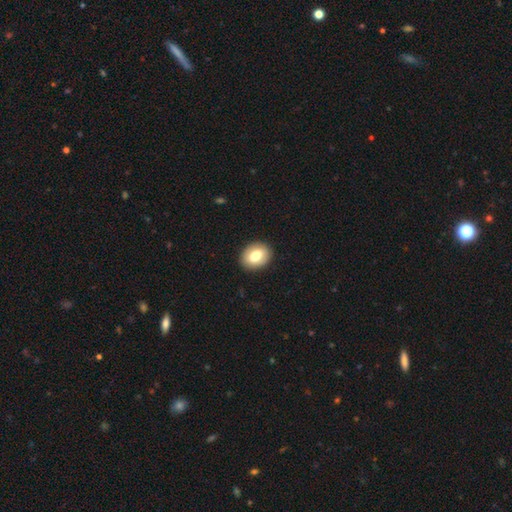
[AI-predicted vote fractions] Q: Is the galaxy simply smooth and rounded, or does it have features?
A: smooth — 77%.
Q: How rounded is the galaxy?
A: in between — 69%.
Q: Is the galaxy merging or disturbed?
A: none — 90%.